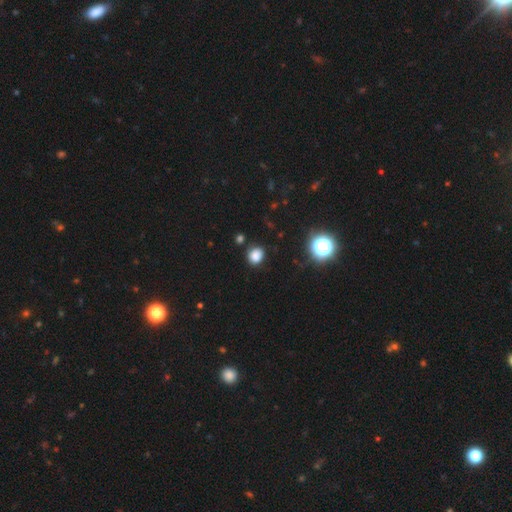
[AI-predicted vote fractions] A smooth galaxy with no disk features (81%) that is round (73%). Merging: none (82%).